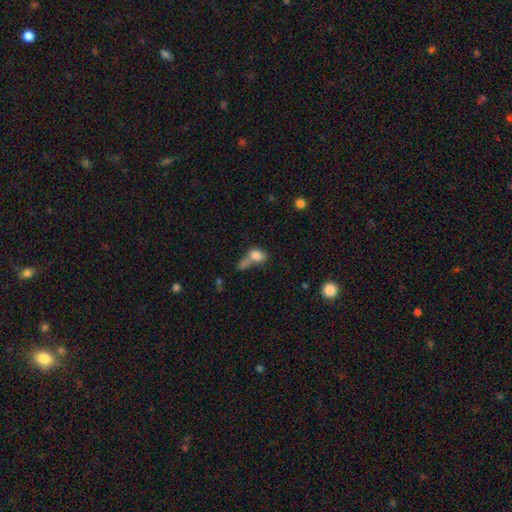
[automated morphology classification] A smooth galaxy with no disk features (78%) that is in between round and cigar-shaped (76%).

Vote fractions:
- Smooth or featured? smooth: 78% / featured or disk: 11% / star or artifact: 10%
- How rounded? in between: 76% / round: 20% / cigar-shaped: 4%
- Merging? merger: 51% / none: 25% / minor disturbance: 13% / major disturbance: 12%